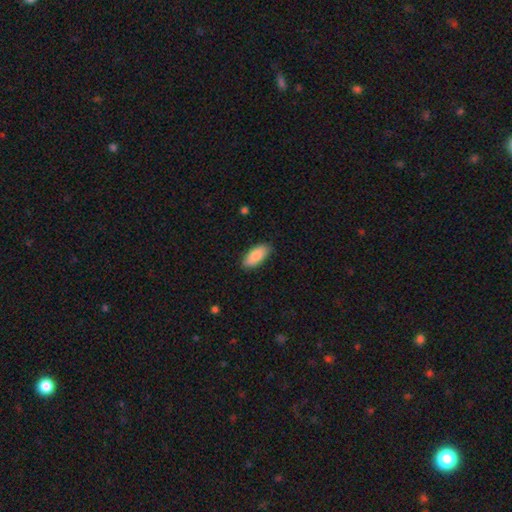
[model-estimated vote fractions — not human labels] Morphology: type=smooth (88%); roundness=in between (89%); merging=none (87%).